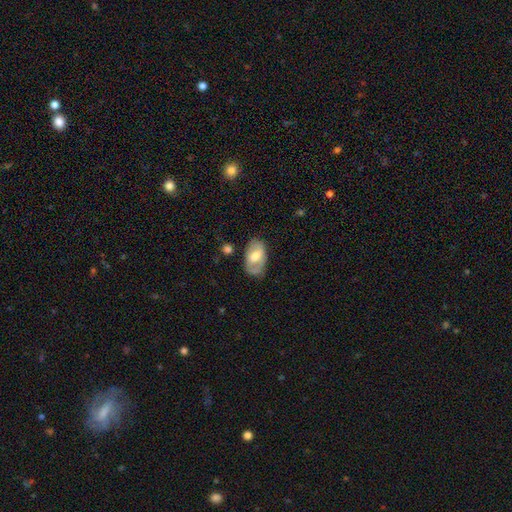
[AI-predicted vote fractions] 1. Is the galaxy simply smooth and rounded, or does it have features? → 49% smooth, 46% featured or disk, 6% star or artifact.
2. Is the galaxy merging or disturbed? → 68% none, 22% minor disturbance, 7% major disturbance, 3% merger.